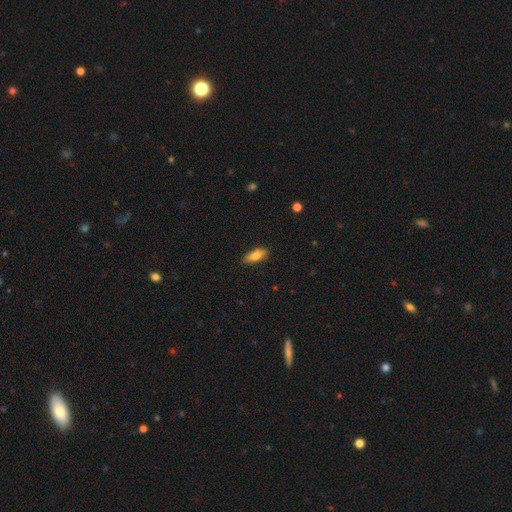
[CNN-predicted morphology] smooth_or_featured: smooth (p=0.76) [alt: featured or disk p=0.17]
how_rounded: in between (p=0.77) [alt: cigar-shaped p=0.20]
merging: none (p=0.83) [alt: minor disturbance p=0.14]